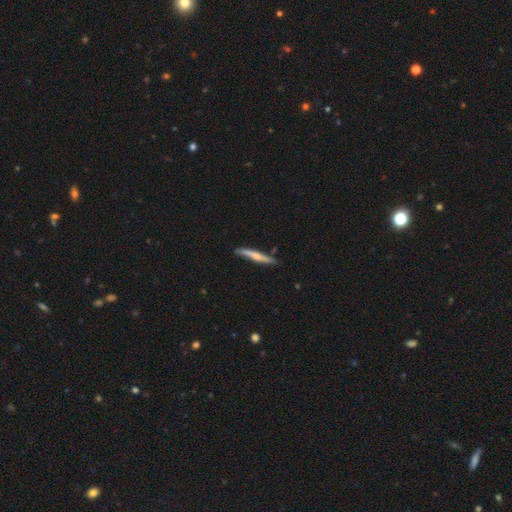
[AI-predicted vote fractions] Smooth or featured?
  - smooth: 51% *
  - featured or disk: 44%
  - star or artifact: 5%
How rounded?
  - cigar-shaped: 94% *
  - in between: 5%
  - round: 1%
Merging?
  - none: 75% *
  - minor disturbance: 19%
  - merger: 3%
  - major disturbance: 3%